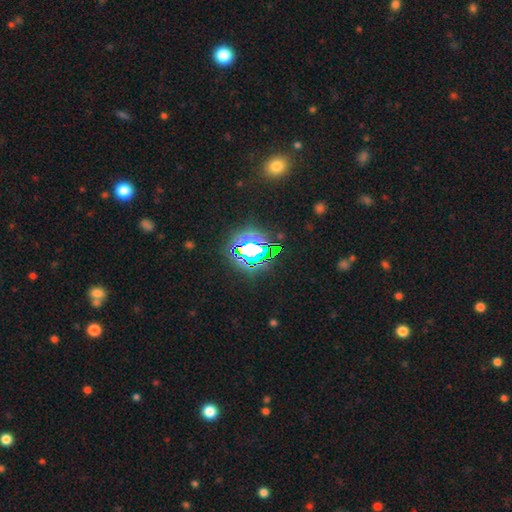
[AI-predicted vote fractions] Smooth or featured? star or artifact (80%)